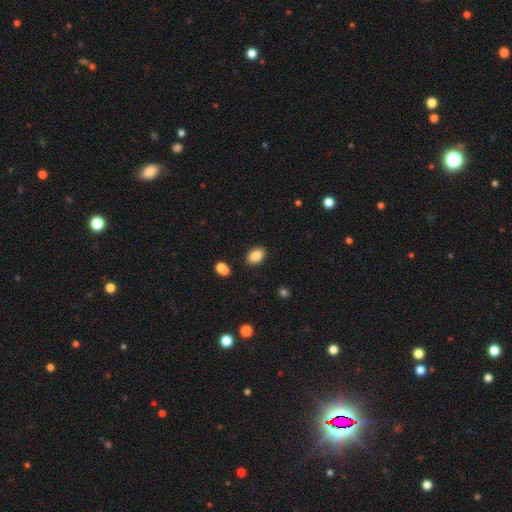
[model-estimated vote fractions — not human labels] Q: Smooth or featured?
A: smooth (85%); runner-up: star or artifact (9%)
Q: How rounded?
A: in between (82%); runner-up: round (17%)
Q: Merging?
A: none (86%); runner-up: minor disturbance (9%)